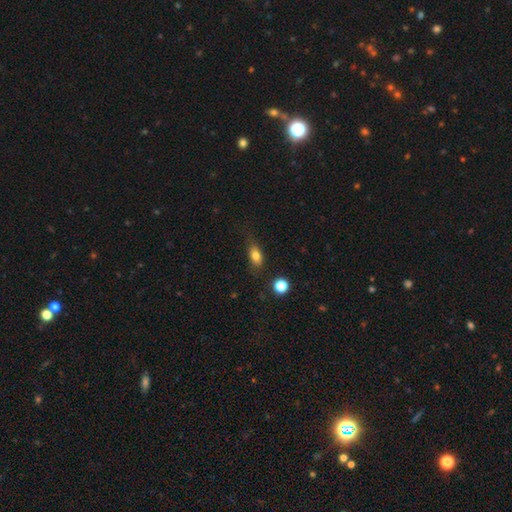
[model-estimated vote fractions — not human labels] smooth_or_featured: smooth (p=0.79) [alt: featured or disk p=0.11]
how_rounded: in between (p=0.78) [alt: round p=0.13]
merging: none (p=0.71) [alt: minor disturbance p=0.20]